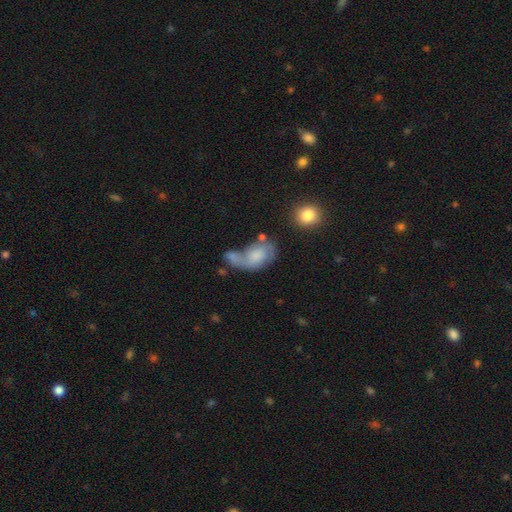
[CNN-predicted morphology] Overall: smooth (51%; featured or disk 40%). How rounded: in between (86%). Merging: merger (36%; none 23%).